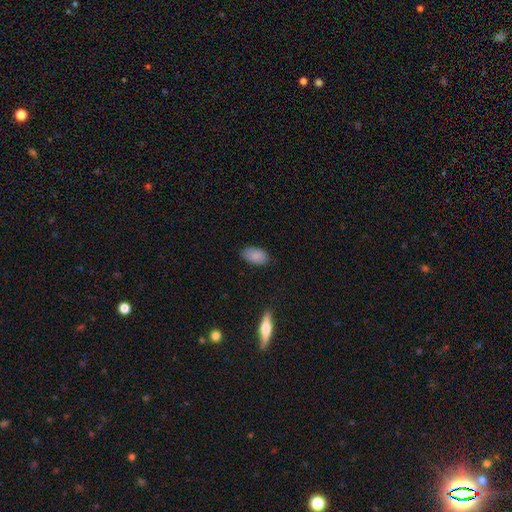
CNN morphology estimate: This appears to be a smooth galaxy with no disk features (87%) that is in between round and cigar-shaped (94%). Merging: none (82%).